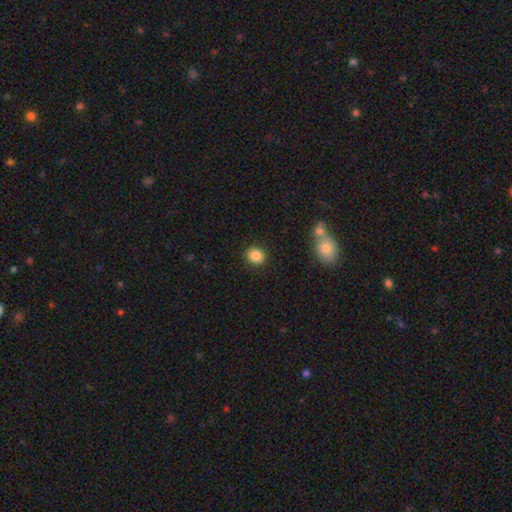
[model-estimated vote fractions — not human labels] A smooth galaxy with no disk features (86%) that is round (80%).

Vote fractions:
- Smooth or featured? smooth: 86% / star or artifact: 10% / featured or disk: 5%
- How rounded? round: 80% / in between: 19% / cigar-shaped: 1%
- Merging? none: 90% / minor disturbance: 6% / major disturbance: 2% / merger: 2%